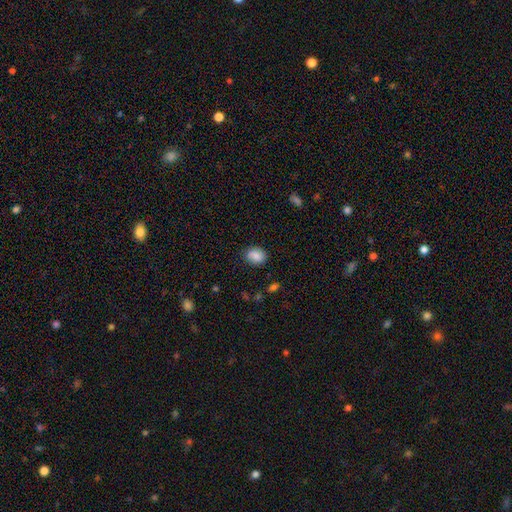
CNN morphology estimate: Smooth or featured?
  - smooth: 86% *
  - star or artifact: 8%
  - featured or disk: 6%
How rounded?
  - in between: 59% *
  - round: 40%
  - cigar-shaped: 1%
Merging?
  - none: 83% *
  - minor disturbance: 13%
  - major disturbance: 3%
  - merger: 1%